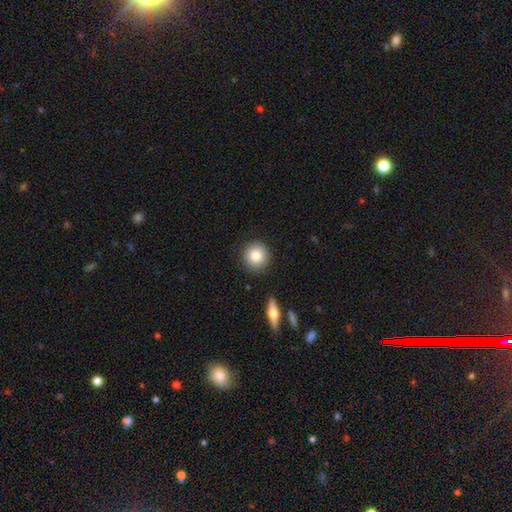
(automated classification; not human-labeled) Smooth or featured: smooth — 81% (featured or disk — 10%)
How rounded: round — 92% (in between — 7%)
Merging: none — 88% (minor disturbance — 8%)